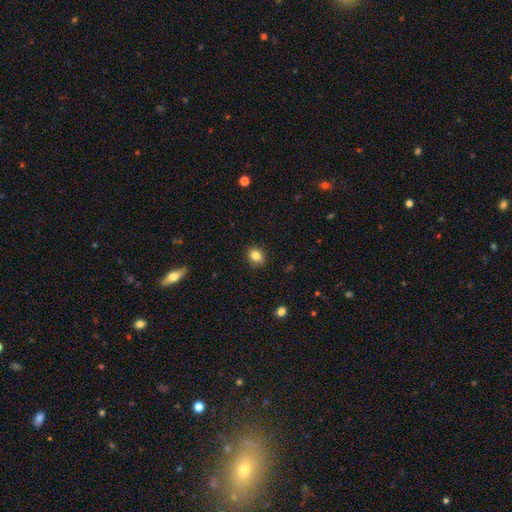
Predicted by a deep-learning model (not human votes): Morphology: type=smooth (83%); roundness=round (69%); merging=none (89%).